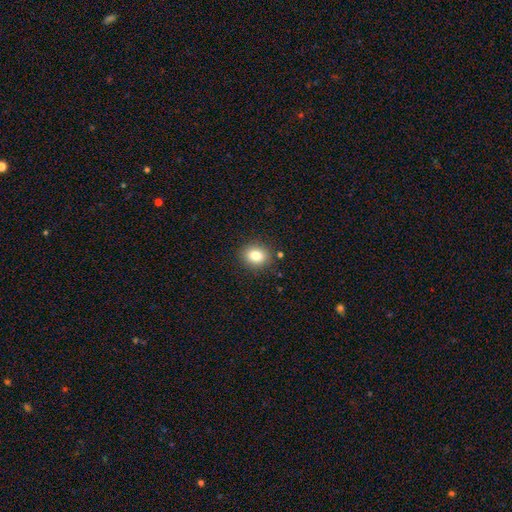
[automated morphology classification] This appears to be a smooth galaxy with no disk features (82%) that is round (59%). Merging: none (87%).